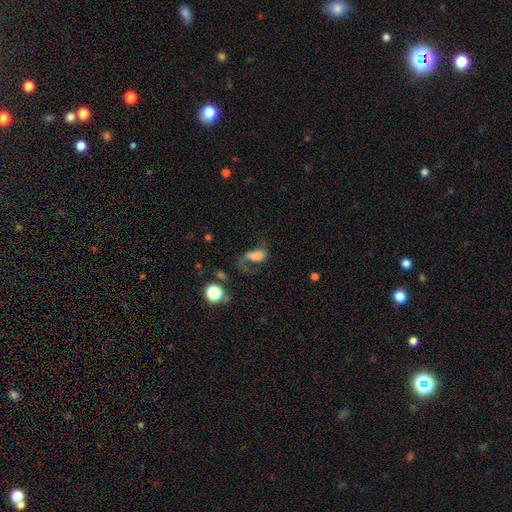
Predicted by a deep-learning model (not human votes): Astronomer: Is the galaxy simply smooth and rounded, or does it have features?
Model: featured or disk — 43%, tied with smooth at 43%.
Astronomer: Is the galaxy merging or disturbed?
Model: major disturbance — 52%.